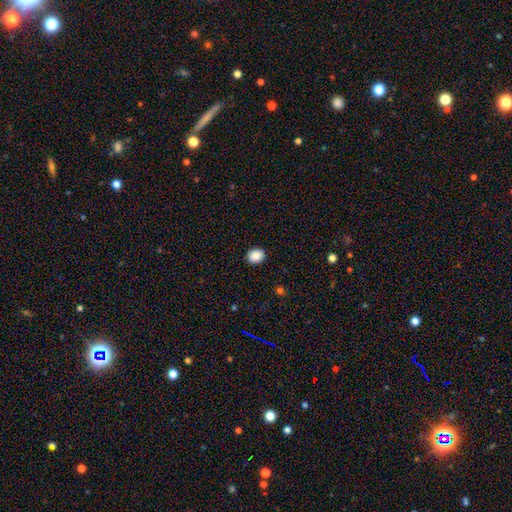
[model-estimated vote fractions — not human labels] Morphology: type=smooth (87%); roundness=round (58%); merging=none (91%).